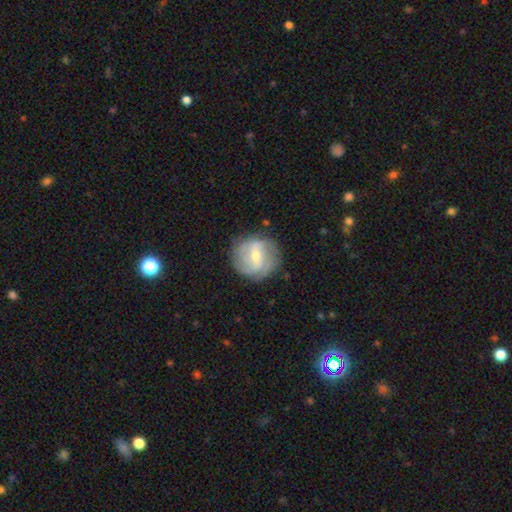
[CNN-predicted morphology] smooth_or_featured: featured or disk (p=0.74) [alt: smooth p=0.19]
disk_edge_on: no (p=0.97) [alt: yes p=0.03]
bar: weak (p=0.50) [alt: strong p=0.31]
has_spiral_arms: yes (p=0.86) [alt: no p=0.14]
spiral_winding: medium (p=0.41) [alt: tight p=0.35]
spiral_arm_count: 2 (p=0.42) [alt: can't tell p=0.26]
bulge_size: small (p=0.54) [alt: moderate p=0.42]
merging: none (p=0.78) [alt: minor disturbance p=0.15]